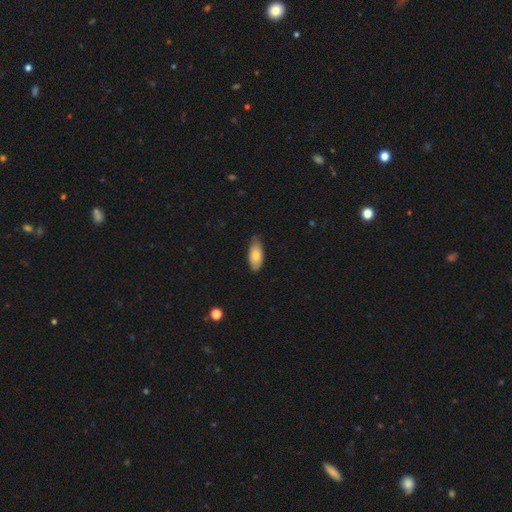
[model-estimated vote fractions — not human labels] Smooth or featured?
  - smooth: 74% *
  - featured or disk: 20%
  - star or artifact: 6%
How rounded?
  - in between: 89% *
  - cigar-shaped: 8%
  - round: 2%
Merging?
  - none: 73% *
  - minor disturbance: 23%
  - major disturbance: 3%
  - merger: 1%